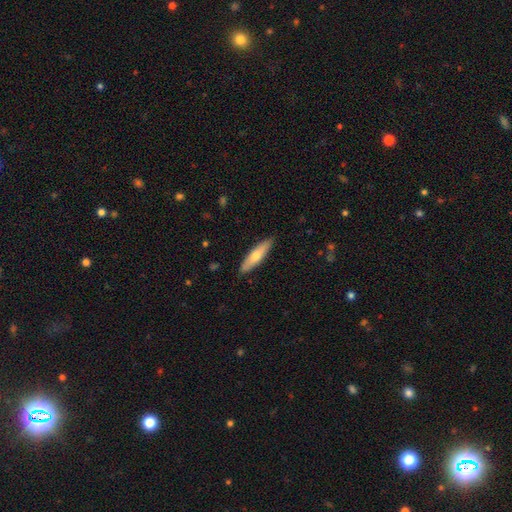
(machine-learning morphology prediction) smooth_or_featured: smooth (p=0.64) [alt: featured or disk p=0.31]
how_rounded: cigar-shaped (p=0.73) [alt: in between p=0.26]
merging: none (p=0.89) [alt: minor disturbance p=0.09]